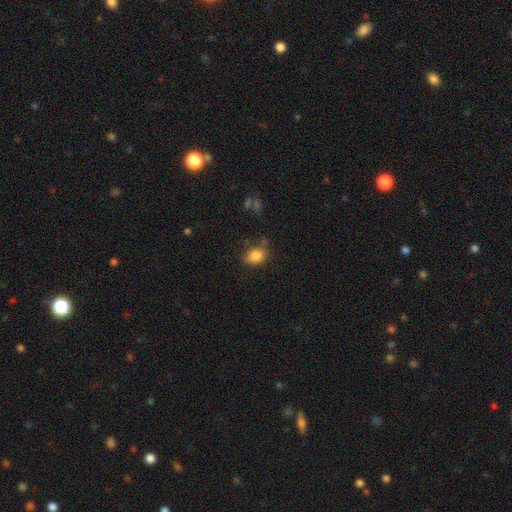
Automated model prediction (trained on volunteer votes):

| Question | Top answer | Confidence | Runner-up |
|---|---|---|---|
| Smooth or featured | smooth | 85% | star or artifact (10%) |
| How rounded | in between | 70% | round (28%) |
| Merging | none | 75% | minor disturbance (16%) |